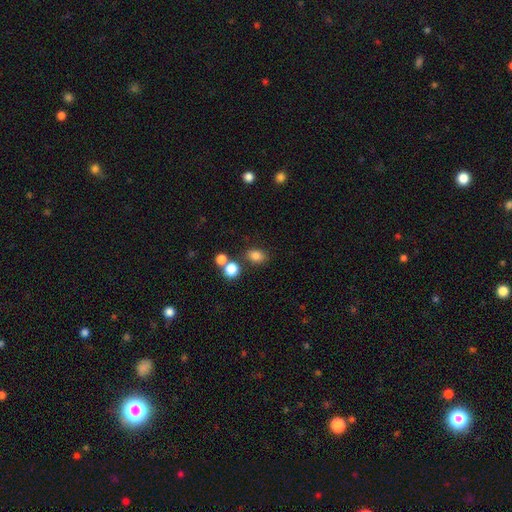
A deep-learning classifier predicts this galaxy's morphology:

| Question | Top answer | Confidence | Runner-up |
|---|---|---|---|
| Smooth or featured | smooth | 81% | star or artifact (13%) |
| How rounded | in between | 64% | round (35%) |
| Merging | none | 75% | merger (11%) |